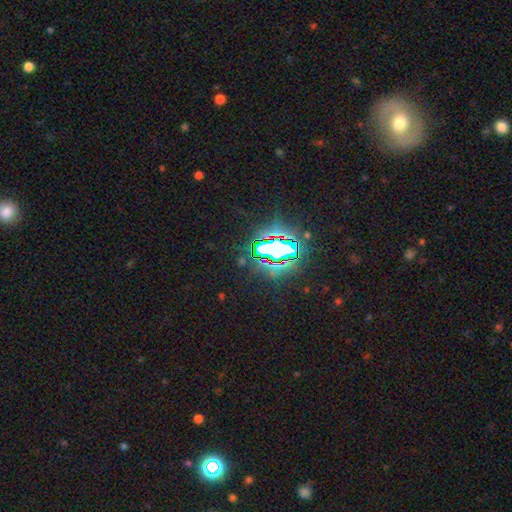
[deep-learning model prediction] The model was most divided on "smooth or featured": star or artifact: 81%, smooth: 11%, featured or disk: 8%.